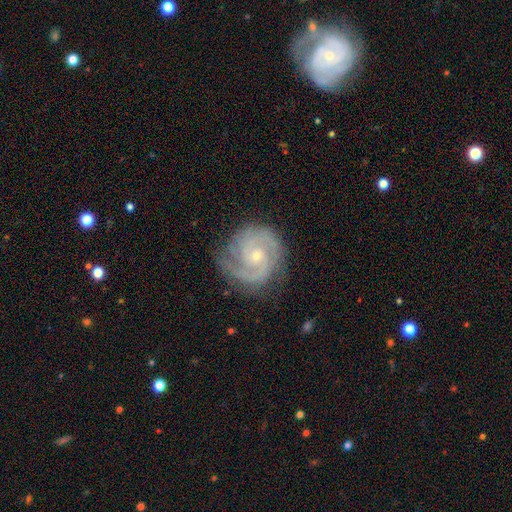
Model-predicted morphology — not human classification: Smooth or featured? featured or disk (89%)
Edge-on disk? no (98%)
Bar? no (65%)
Spiral arms? yes (98%)
Spiral winding? tight (60%)
Spiral arm count? 2 (67%)
Bulge size? small (61%)
Merging? none (77%)